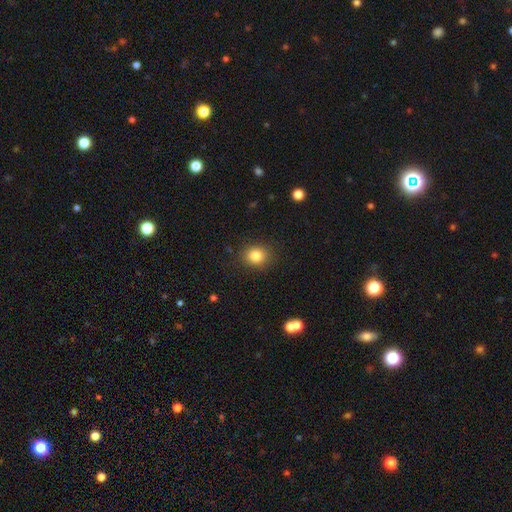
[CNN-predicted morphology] Q: Smooth or featured?
A: smooth (83%); runner-up: star or artifact (11%)
Q: How rounded?
A: round (72%); runner-up: in between (27%)
Q: Merging?
A: none (88%); runner-up: minor disturbance (8%)